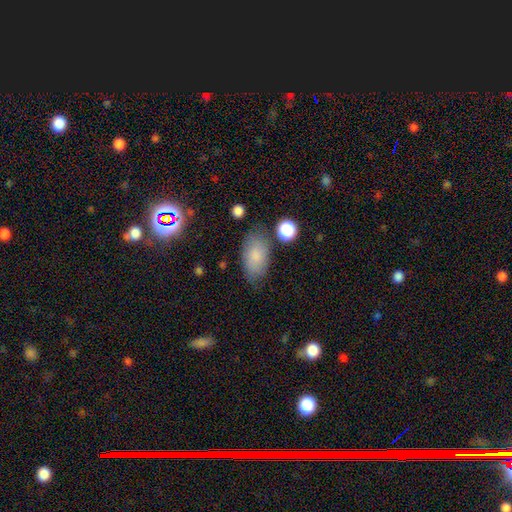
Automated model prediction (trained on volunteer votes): Q: Smooth or featured?
A: smooth (78%); runner-up: featured or disk (13%)
Q: How rounded?
A: in between (92%); runner-up: round (5%)
Q: Merging?
A: none (73%); runner-up: minor disturbance (18%)